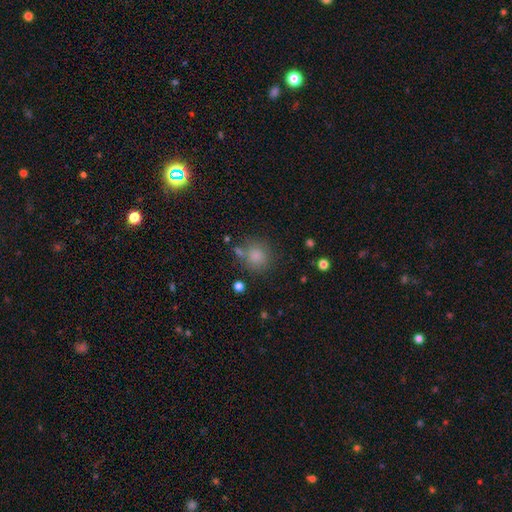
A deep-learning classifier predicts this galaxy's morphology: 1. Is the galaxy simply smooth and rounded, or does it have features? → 82% smooth, 12% star or artifact, 6% featured or disk.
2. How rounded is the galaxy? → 88% round, 11% in between, 1% cigar-shaped.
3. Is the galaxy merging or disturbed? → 70% none, 13% minor disturbance, 11% merger, 6% major disturbance.